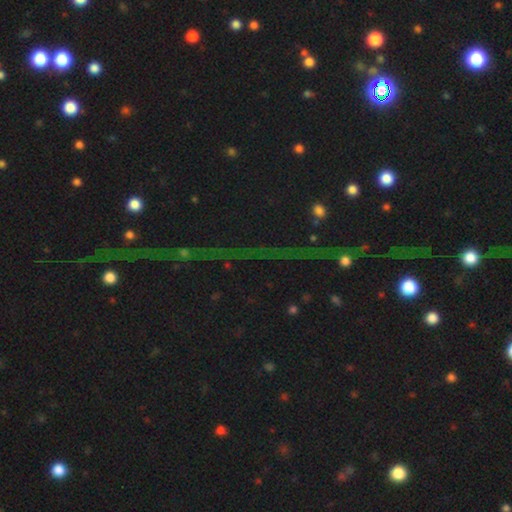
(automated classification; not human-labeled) A star or artifact, not a galaxy (74%).

Vote fractions:
- Smooth or featured? star or artifact: 74% / featured or disk: 13% / smooth: 13%